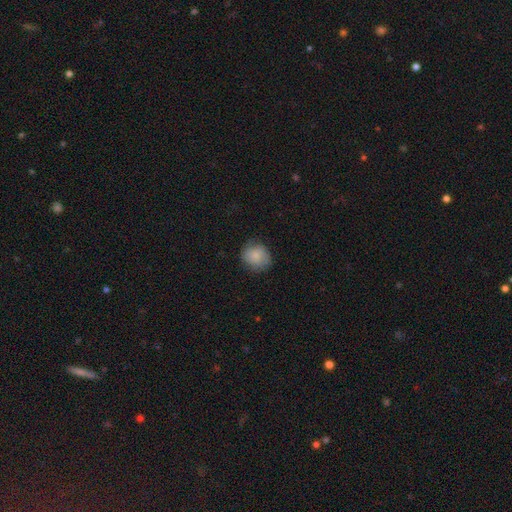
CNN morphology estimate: type=smooth (79%); roundness=round (82%); merging=none (75%).